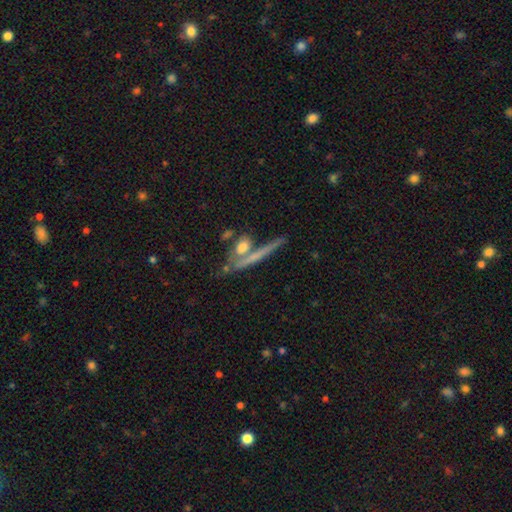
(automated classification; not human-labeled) The model was most divided on "smooth or featured": featured or disk: 54%, smooth: 26%, star or artifact: 20%. More confident: edge-on disk — yes (75%); merging — none (52%).